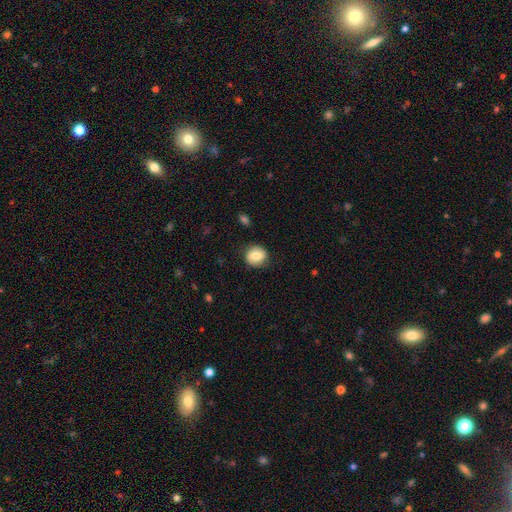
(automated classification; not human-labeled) smooth-or-featured: smooth: 73% | featured or disk: 19% | star or artifact: 8%
  how-rounded: round: 71% | in between: 28% | cigar-shaped: 1%
  merging: none: 83% | minor disturbance: 12% | major disturbance: 3% | merger: 1%